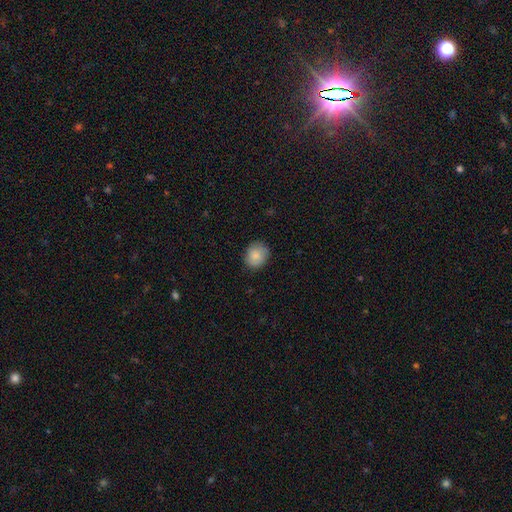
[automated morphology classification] This appears to be a smooth galaxy with no disk features (87%) that is round (72%). Merging: none (84%).